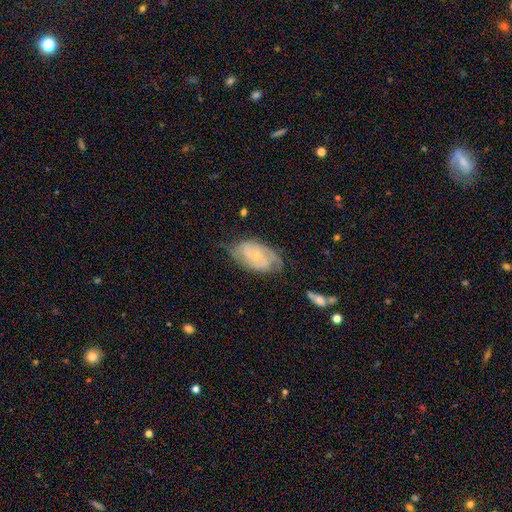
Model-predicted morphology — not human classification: A featured or disk galaxy (70%) with no bar (70%), 2 (48%) tight (52%) spiral arms (86%) and a small central bulge (74%). Merging: none (60%).